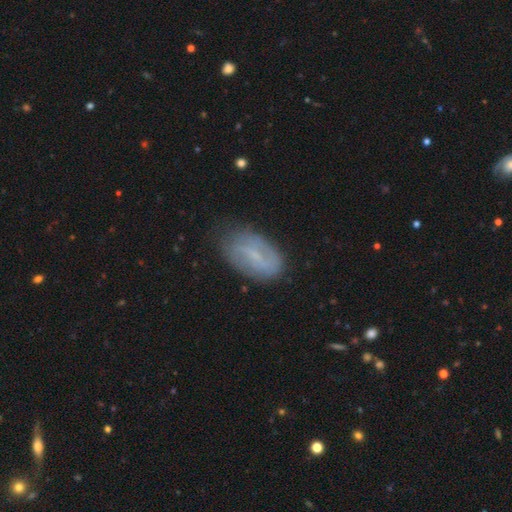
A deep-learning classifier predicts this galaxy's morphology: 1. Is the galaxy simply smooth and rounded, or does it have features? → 51% featured or disk, 40% smooth, 9% star or artifact.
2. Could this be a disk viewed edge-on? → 93% no, 7% yes.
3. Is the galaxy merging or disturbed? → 72% none, 20% minor disturbance, 6% major disturbance, 2% merger.